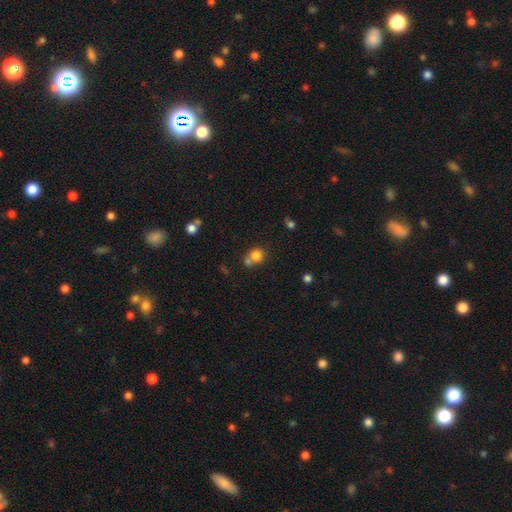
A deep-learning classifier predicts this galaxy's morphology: Q: Smooth or featured?
A: smooth (79%); runner-up: star or artifact (12%)
Q: How rounded?
A: round (79%); runner-up: in between (20%)
Q: Merging?
A: none (46%); runner-up: merger (39%)